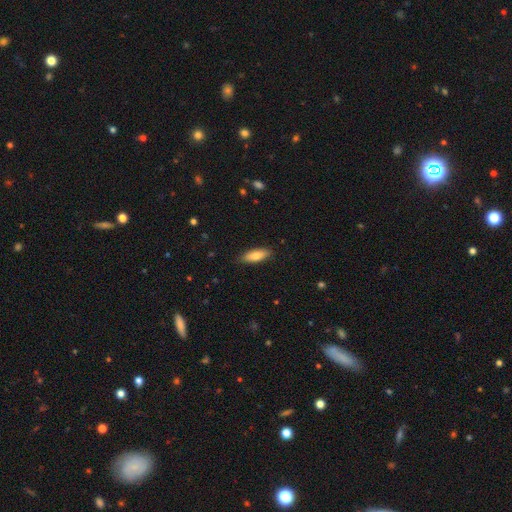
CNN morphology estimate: Overall: smooth (80%). How rounded: in between (62%; cigar-shaped 36%). Merging: none (86%).